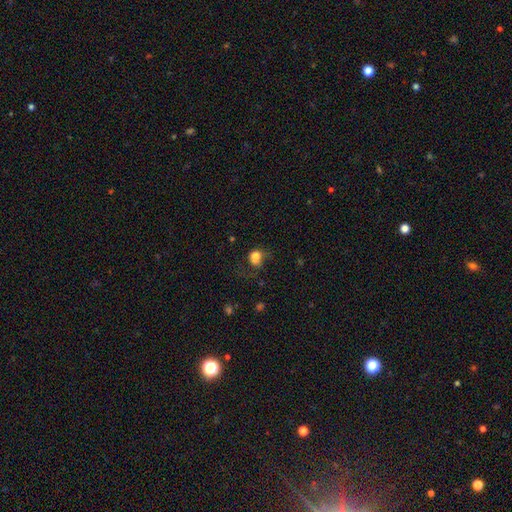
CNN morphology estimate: This appears to be a smooth galaxy with no disk features (75%) that is round (56%). Merging: none (32%).